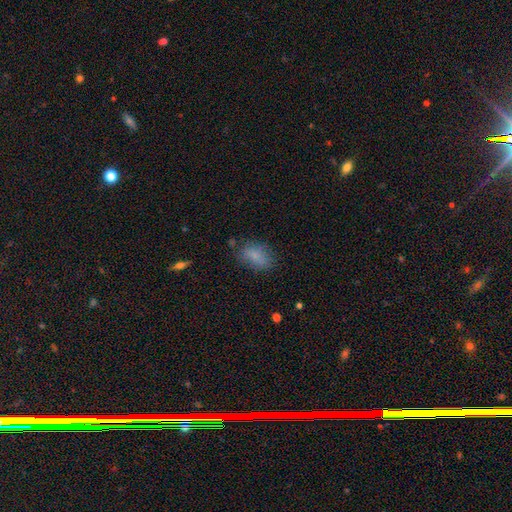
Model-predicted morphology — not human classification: This appears to be a smooth galaxy with no disk features (80%) that is in between round and cigar-shaped (87%). Merging: none (69%).